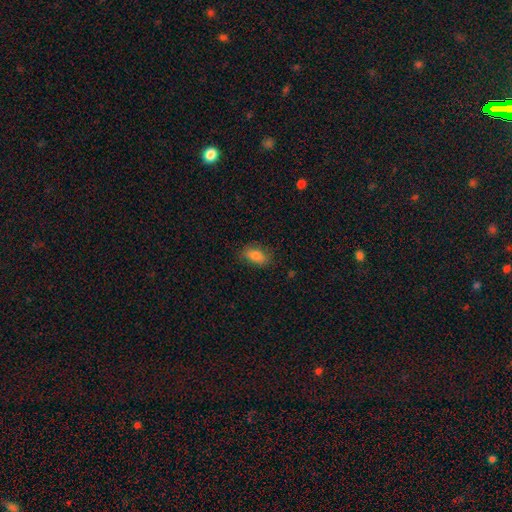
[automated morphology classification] This is clearly a smooth galaxy (83%). How rounded: clearly in between (89%). Merging: likely none (80%).